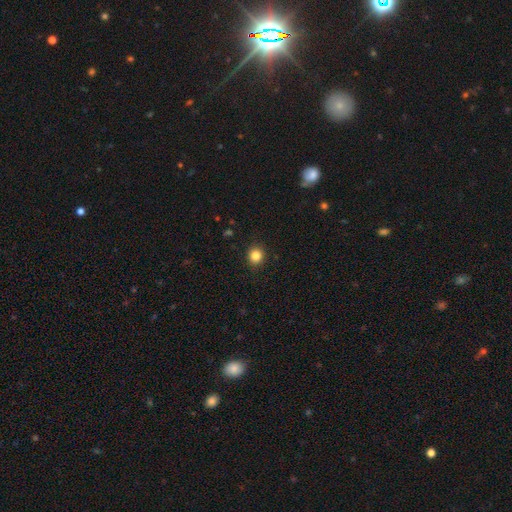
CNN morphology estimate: smooth 84%, star or artifact 11%, featured or disk 4%. Down the decision tree: how rounded — round (87%); merging — none (91%).